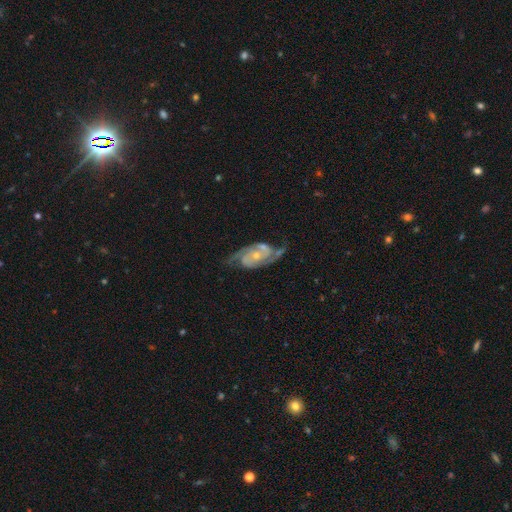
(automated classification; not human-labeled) Smooth or featured: featured or disk — 90% (smooth — 5%)
Edge-on disk: no — 97% (yes — 3%)
Bar: no — 66% (weak — 26%)
Spiral arms: yes — 97% (no — 3%)
Spiral winding: medium — 48% (tight — 34%)
Spiral arm count: 2 — 90% (3 — 3%)
Bulge size: small — 60% (moderate — 35%)
Merging: none — 67% (minor disturbance — 18%)